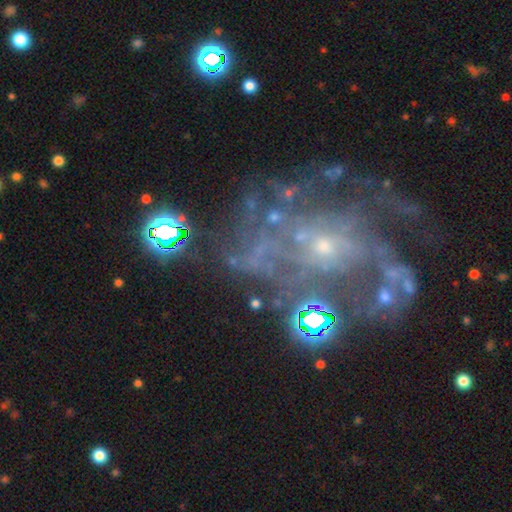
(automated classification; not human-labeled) Q: Smooth or featured?
A: featured or disk (65%); runner-up: star or artifact (23%)
Q: Edge-on disk?
A: no (97%); runner-up: yes (3%)
Q: Bar?
A: no (77%); runner-up: weak (17%)
Q: Spiral arms?
A: yes (62%); runner-up: no (38%)
Q: Bulge size?
A: small (67%); runner-up: moderate (18%)
Q: Merging?
A: none (43%); runner-up: major disturbance (31%)